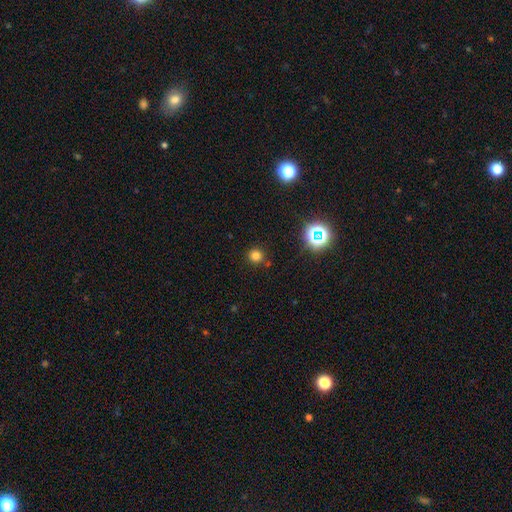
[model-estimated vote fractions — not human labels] A smooth galaxy with no disk features (75%) that is round (92%).

Vote fractions:
- Smooth or featured? smooth: 75% / star or artifact: 20% / featured or disk: 5%
- How rounded? round: 92% / in between: 7% / cigar-shaped: 1%
- Merging? none: 85% / minor disturbance: 7% / merger: 5% / major disturbance: 3%